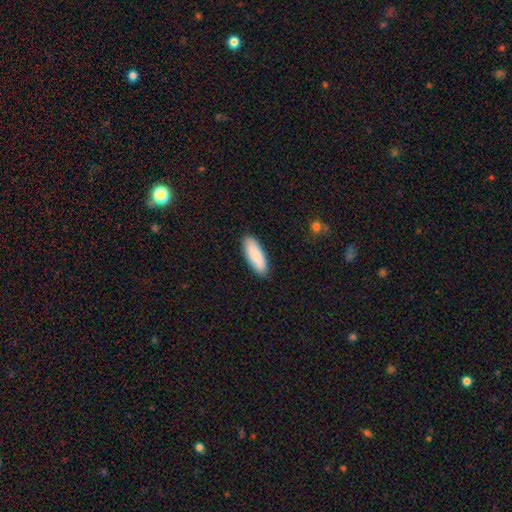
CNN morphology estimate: type=smooth (88%); roundness=in between (64%); merging=none (89%).